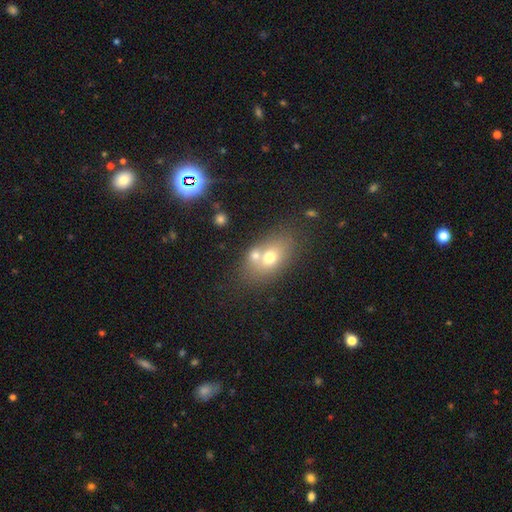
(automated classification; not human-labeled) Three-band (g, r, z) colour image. It shows a smooth galaxy with no disk features (65%) that is in between round and cigar-shaped (74%). Merging: merger (44%).